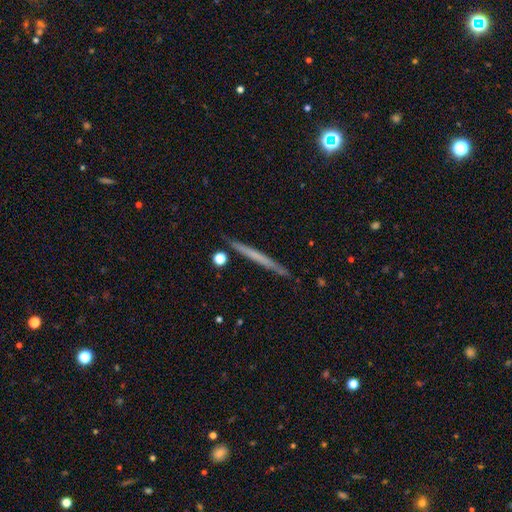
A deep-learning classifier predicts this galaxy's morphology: Smooth or featured: smooth — 47% (tied with featured or disk — 47%)
Merging: none — 89% (minor disturbance — 8%)